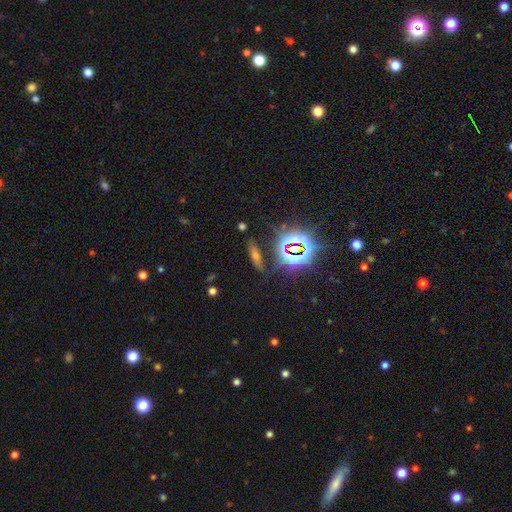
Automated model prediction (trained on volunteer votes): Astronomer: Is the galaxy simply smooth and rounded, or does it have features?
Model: star or artifact — 42% (runner-up: smooth, 38%).